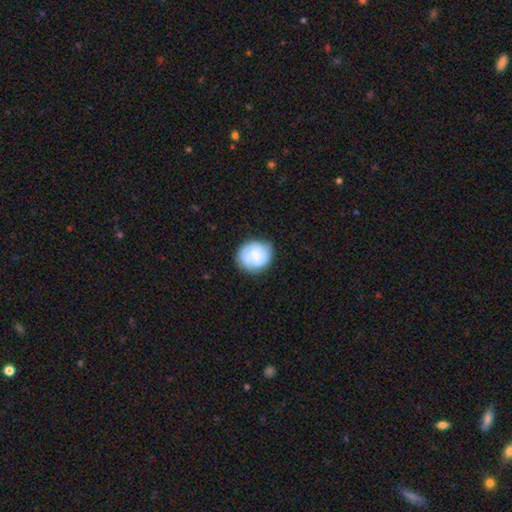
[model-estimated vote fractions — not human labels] This is likely a smooth galaxy (60%). How rounded: likely round (75%). Merging: likely none (77%).